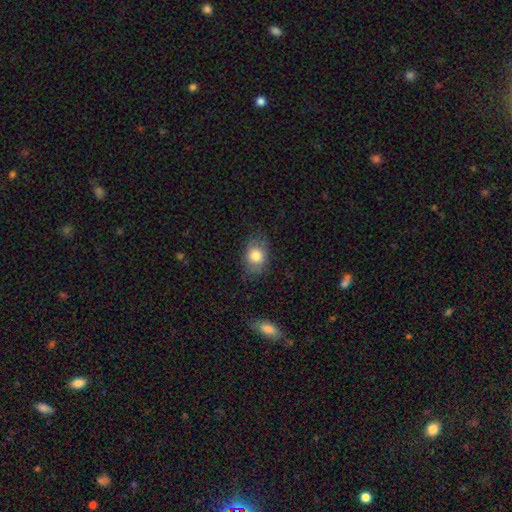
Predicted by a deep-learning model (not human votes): Morphology: type=smooth (80%); roundness=in between (62%); merging=none (75%).